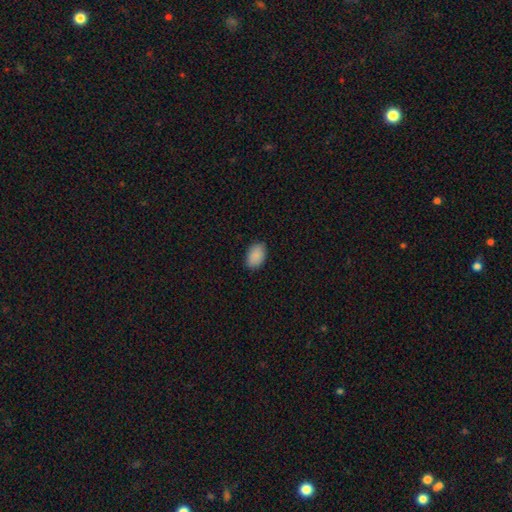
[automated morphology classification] Smooth or featured: smooth — 90% (star or artifact — 7%)
How rounded: in between — 89% (round — 10%)
Merging: none — 87% (minor disturbance — 10%)